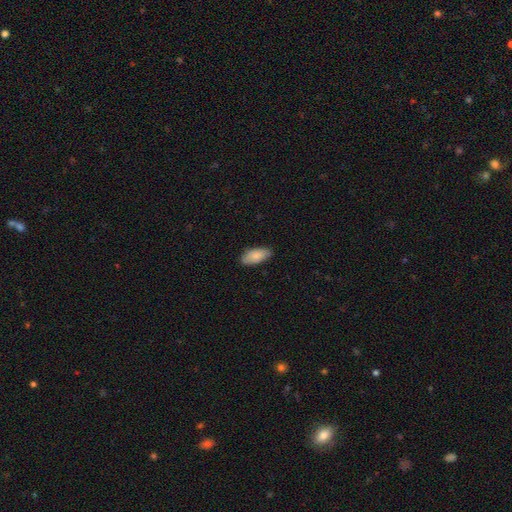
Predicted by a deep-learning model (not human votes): smooth 83%, featured or disk 11%, star or artifact 6%. Down the decision tree: how rounded — in between (90%); merging — none (84%).